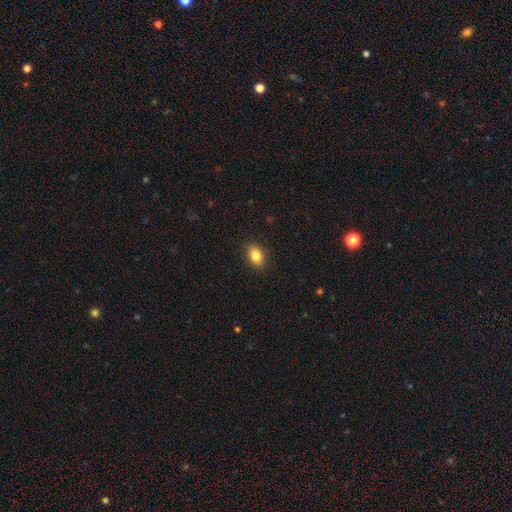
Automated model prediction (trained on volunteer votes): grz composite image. It shows a smooth galaxy with no disk features (84%) that is in between round and cigar-shaped (76%). Merging: none (89%).